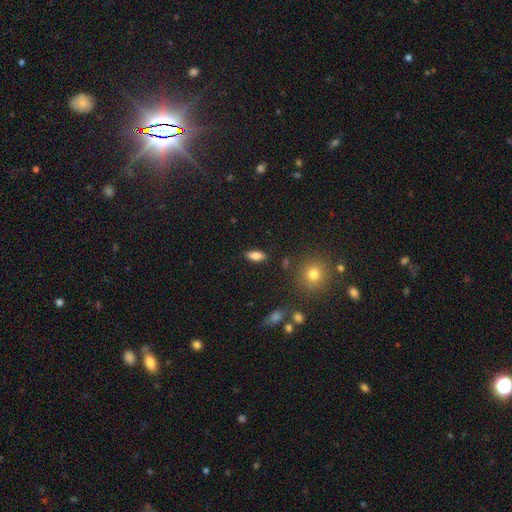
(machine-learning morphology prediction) smooth 80%, featured or disk 11%, star or artifact 9%. Down the decision tree: how rounded — in between (81%); merging — none (86%).